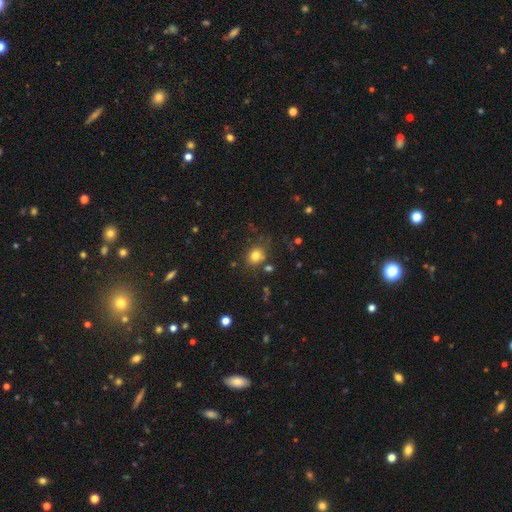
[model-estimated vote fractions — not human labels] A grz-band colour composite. It shows a smooth galaxy with no disk features (78%) that is round (66%). Merging: none (73%).